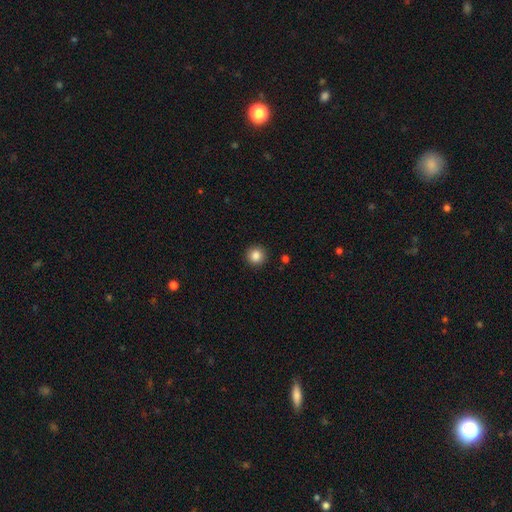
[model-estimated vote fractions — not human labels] Smooth or featured? smooth (85%)
How rounded? round (94%)
Merging? none (92%)